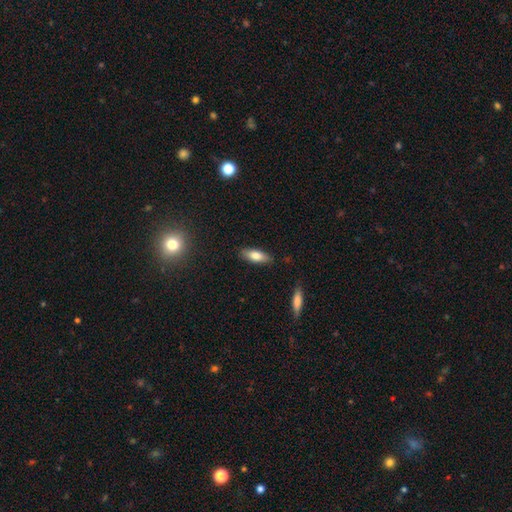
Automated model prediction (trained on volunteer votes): Smooth or featured? Predicted: smooth (p=0.77). How rounded? Predicted: in between (p=0.69). Merging? Predicted: none (p=0.84).